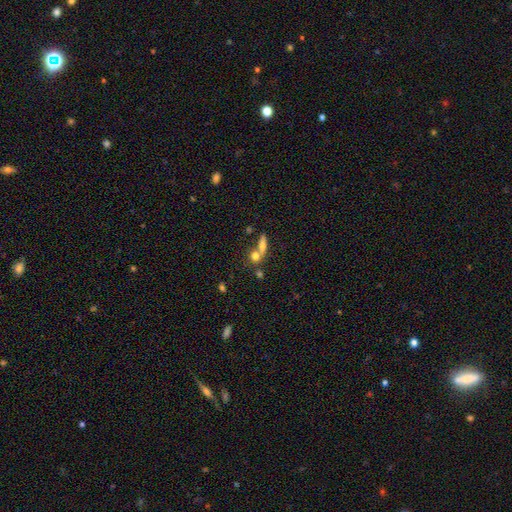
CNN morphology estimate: The model was most divided on "merging": none: 44%, merger: 42%, minor disturbance: 9%, major disturbance: 5%. More confident: smooth or featured — smooth (68%); how rounded — round (54%).